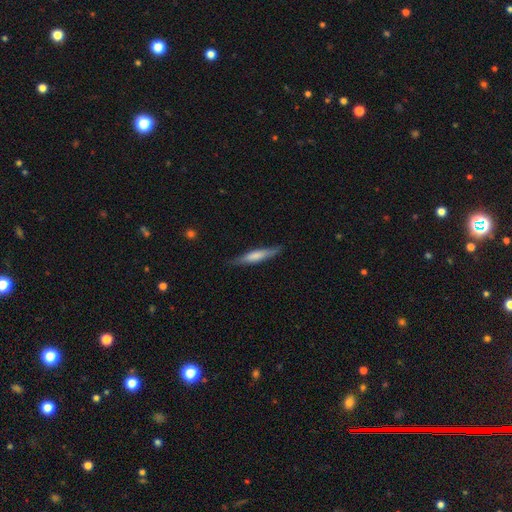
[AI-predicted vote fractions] smooth-or-featured: smooth: 58% | featured or disk: 36% | star or artifact: 6%
  how-rounded: cigar-shaped: 88% | in between: 11% | round: 1%
  merging: none: 83% | minor disturbance: 13% | major disturbance: 3% | merger: 1%